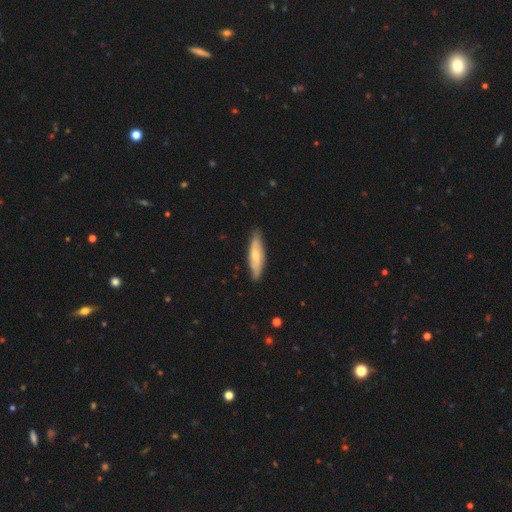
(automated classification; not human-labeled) The model was most divided on "smooth or featured": smooth: 53%, featured or disk: 42%, star or artifact: 5%. More confident: merging — none (82%); how rounded — cigar-shaped (61%).